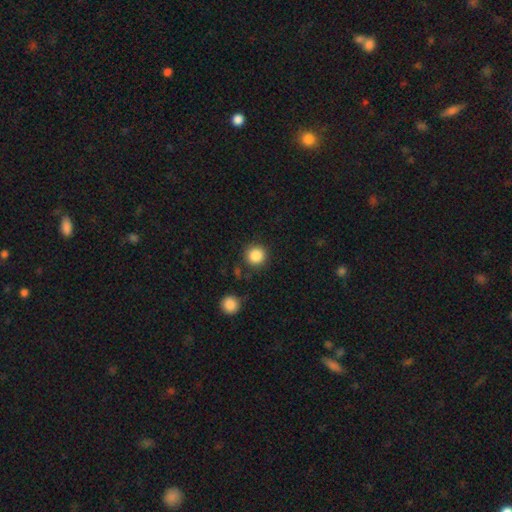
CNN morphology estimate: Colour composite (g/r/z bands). It shows a smooth galaxy with no disk features (87%) that is round (95%). Merging: none (87%).